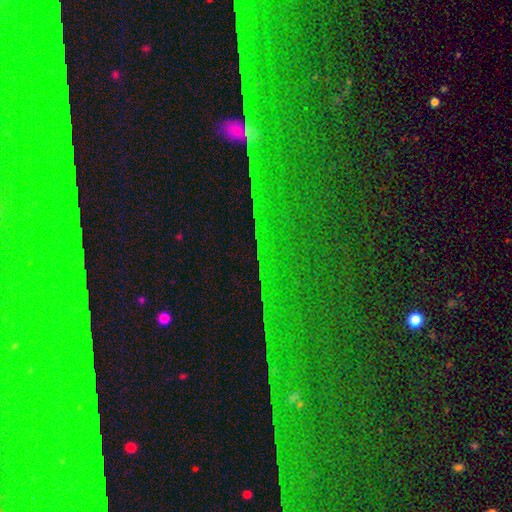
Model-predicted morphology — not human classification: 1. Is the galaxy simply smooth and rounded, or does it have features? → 80% star or artifact, 10% featured or disk, 10% smooth.